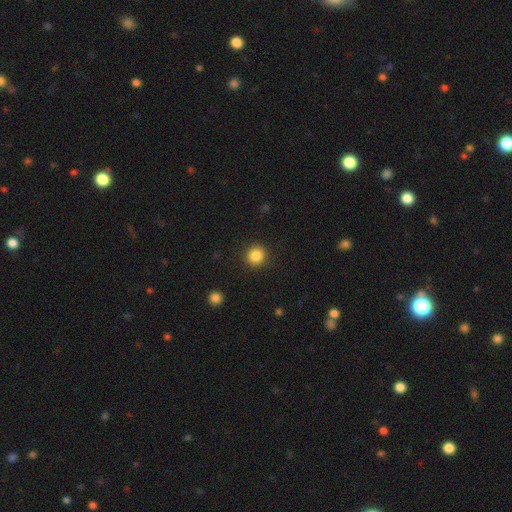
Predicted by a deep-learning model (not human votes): A smooth galaxy with no disk features (85%) that is round (93%). Merging: none (91%).